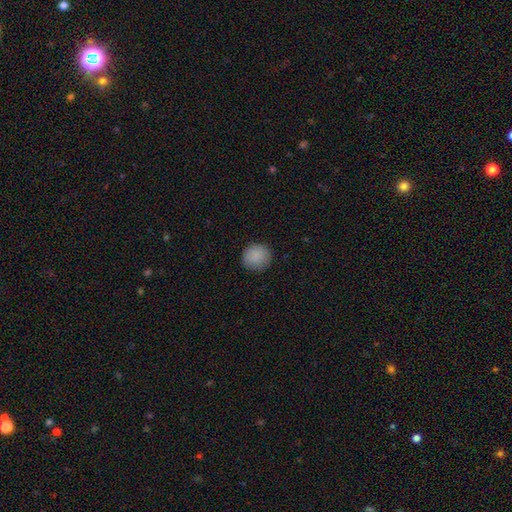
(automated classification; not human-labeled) This appears to be a smooth galaxy with no disk features (89%) that is round (91%). Merging: none (88%).